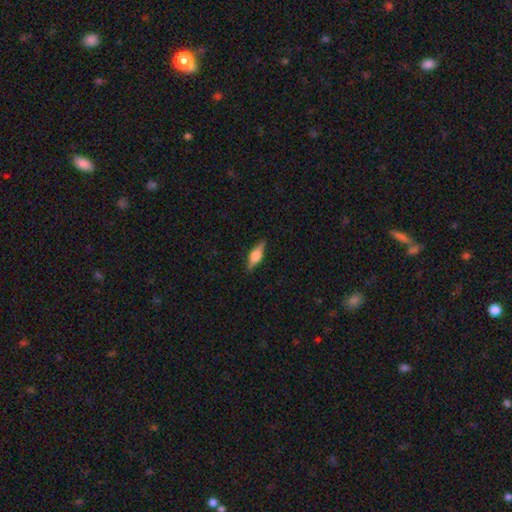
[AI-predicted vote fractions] smooth_or_featured: featured or disk (p=0.58) [alt: smooth p=0.35]
disk_edge_on: yes (p=0.96) [alt: no p=0.04]
edge_on_bulge: rounded (p=0.89) [alt: boxy p=0.09]
merging: none (p=0.88) [alt: minor disturbance p=0.09]